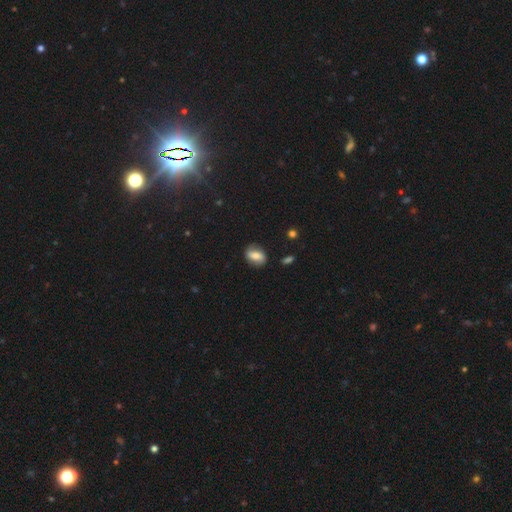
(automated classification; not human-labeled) smooth 52%, featured or disk 39%, star or artifact 8%. Down the decision tree: how rounded — in between (72%); merging — none (79%).